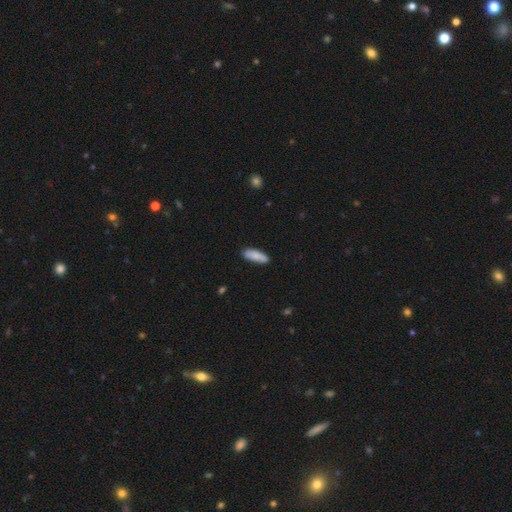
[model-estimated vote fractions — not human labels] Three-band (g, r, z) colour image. It shows a smooth galaxy with no disk features (83%) that is in between round and cigar-shaped (57%). Merging: none (83%).